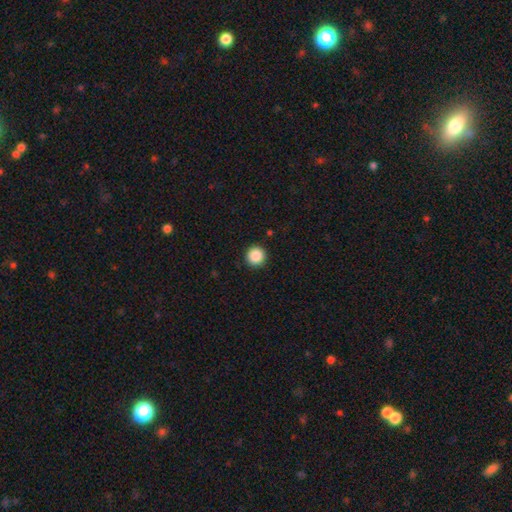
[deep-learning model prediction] This is clearly a smooth galaxy (88%). How rounded: clearly round (96%). Merging: clearly none (92%).